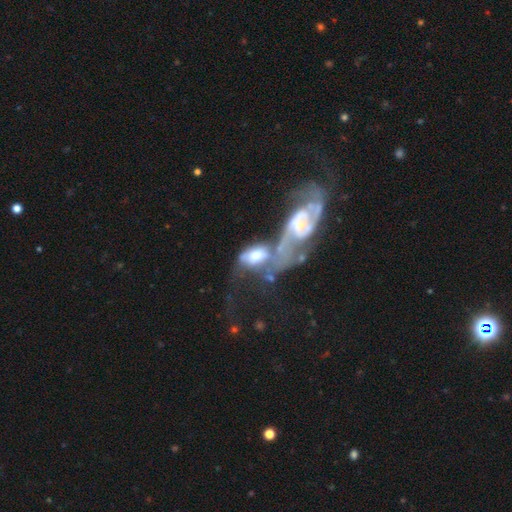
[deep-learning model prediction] Smooth or featured?
  - featured or disk: 56% *
  - smooth: 35%
  - star or artifact: 9%
Edge-on disk?
  - no: 91% *
  - yes: 9%
Bar?
  - no: 64% *
  - weak: 25%
  - strong: 12%
Spiral arms?
  - yes: 62% *
  - no: 38%
Bulge size?
  - moderate: 47% *
  - large: 27%
  - small: 17%
  - none: 6%
  - dominant: 4%
Merging?
  - merger: 62% *
  - major disturbance: 19%
  - none: 11%
  - minor disturbance: 8%